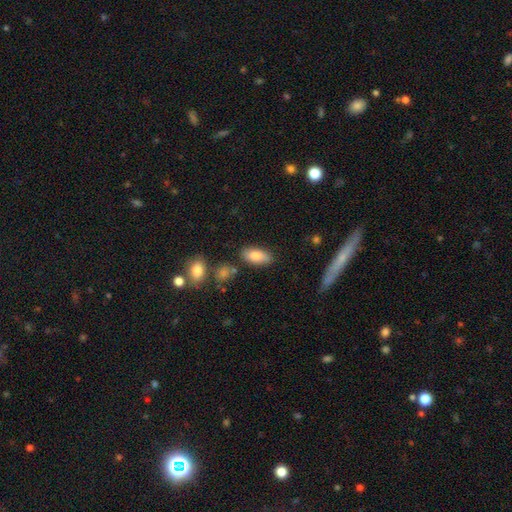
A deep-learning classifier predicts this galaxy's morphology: Smooth or featured? smooth (81%)
How rounded? in between (89%)
Merging? none (80%)